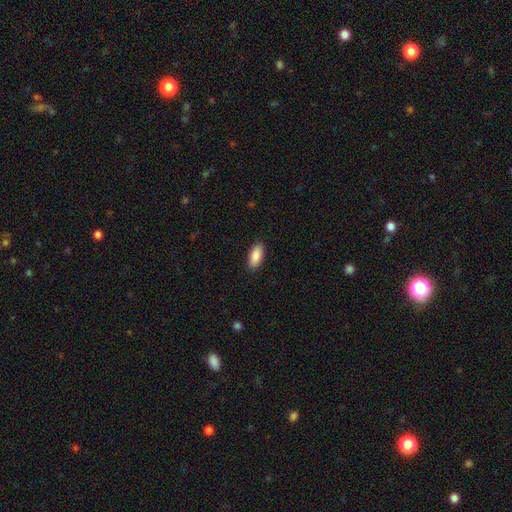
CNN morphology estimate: smooth-or-featured: smooth: 89% | star or artifact: 6% | featured or disk: 6%
  how-rounded: in between: 87% | cigar-shaped: 12% | round: 2%
  merging: none: 89% | minor disturbance: 8% | major disturbance: 2% | merger: 1%